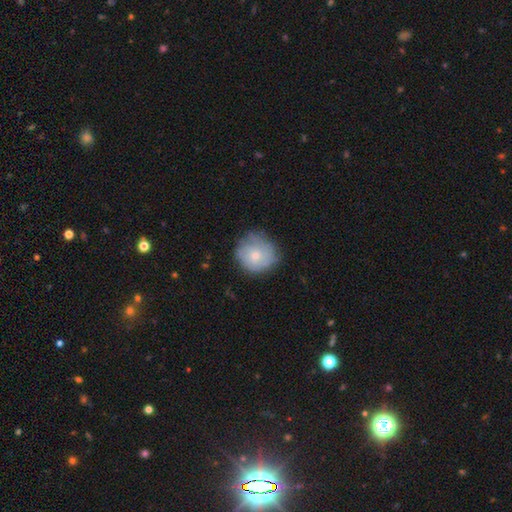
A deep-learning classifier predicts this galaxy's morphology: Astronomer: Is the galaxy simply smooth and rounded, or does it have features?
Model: smooth — 61%.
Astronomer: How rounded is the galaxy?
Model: round — 85%.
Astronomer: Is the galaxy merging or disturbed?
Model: none — 68%.